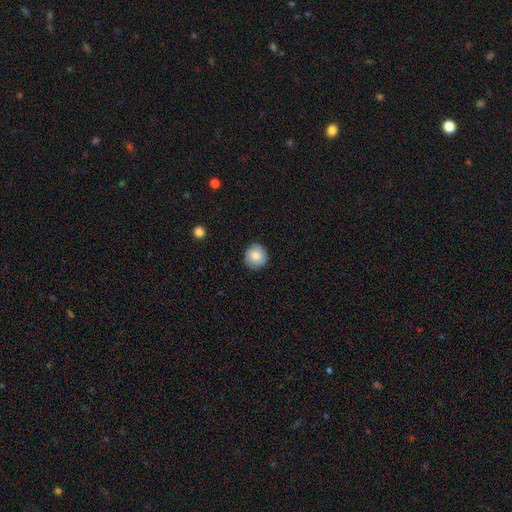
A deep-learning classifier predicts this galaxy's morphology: A smooth galaxy with no disk features (82%) that is round (92%). Merging: none (89%).